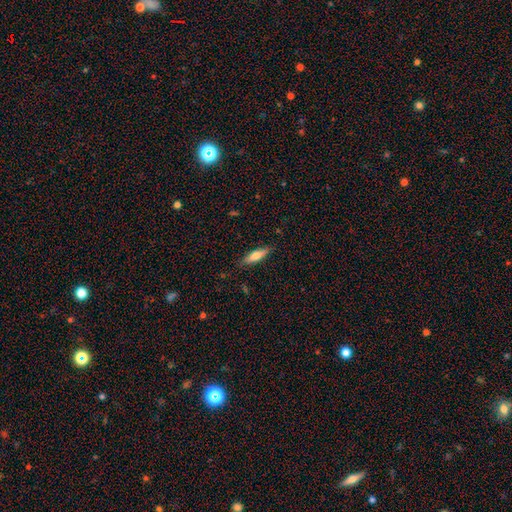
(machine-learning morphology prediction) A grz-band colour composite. It shows a smooth galaxy with no disk features (67%) that is cigar-shaped (62%). Merging: none (85%).